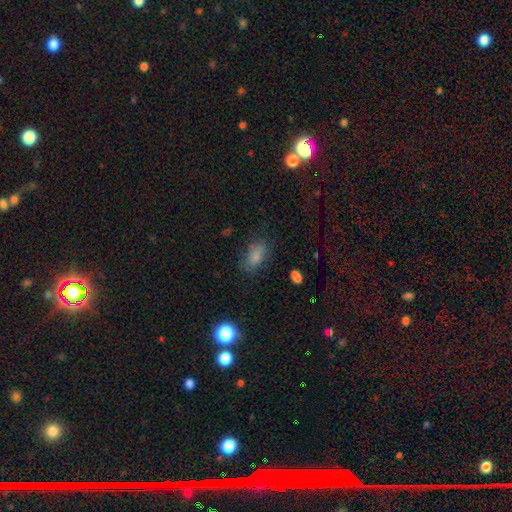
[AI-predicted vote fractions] Overall: smooth (81%). How rounded: in between (86%). Merging: none (72%).